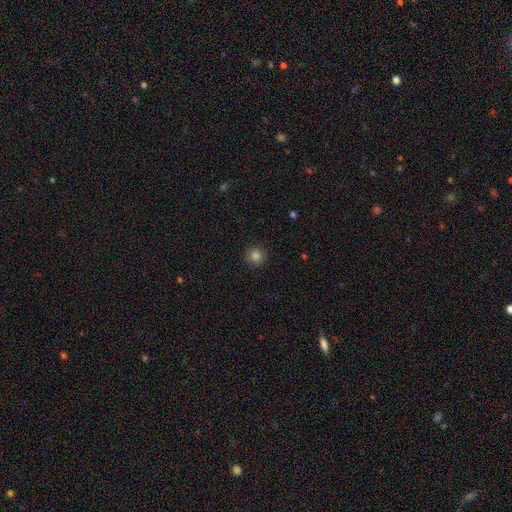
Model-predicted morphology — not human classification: type=smooth (84%); roundness=round (94%); merging=none (91%).